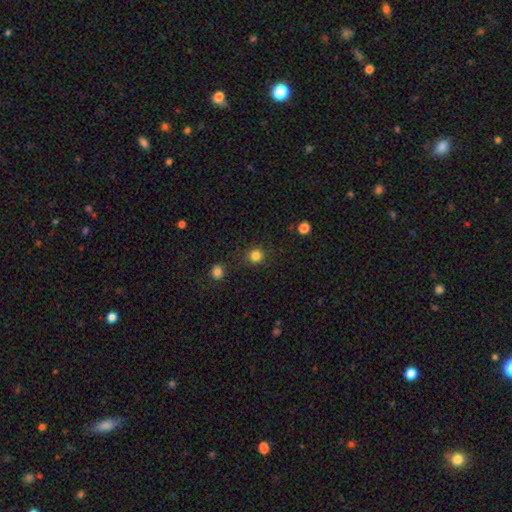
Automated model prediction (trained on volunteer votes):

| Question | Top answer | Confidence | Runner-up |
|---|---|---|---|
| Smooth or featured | smooth | 83% | star or artifact (13%) |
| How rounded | round | 92% | in between (7%) |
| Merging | none | 89% | minor disturbance (7%) |